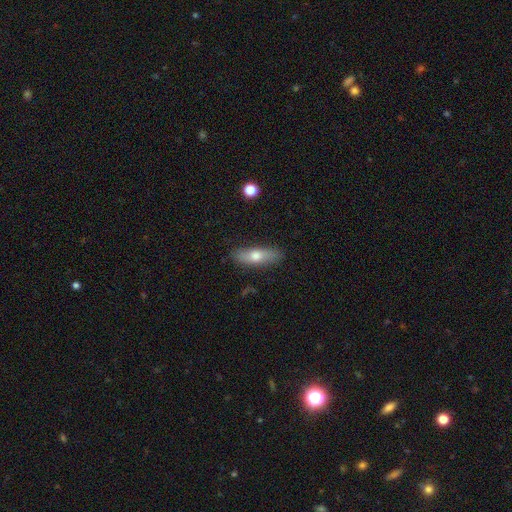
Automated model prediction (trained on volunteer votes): A smooth galaxy with no disk features (63%) that is in between round and cigar-shaped (51%).

Vote fractions:
- Smooth or featured? smooth: 63% / featured or disk: 30% / star or artifact: 7%
- How rounded? in between: 51% / cigar-shaped: 46% / round: 3%
- Merging? none: 85% / minor disturbance: 12% / major disturbance: 2% / merger: 1%